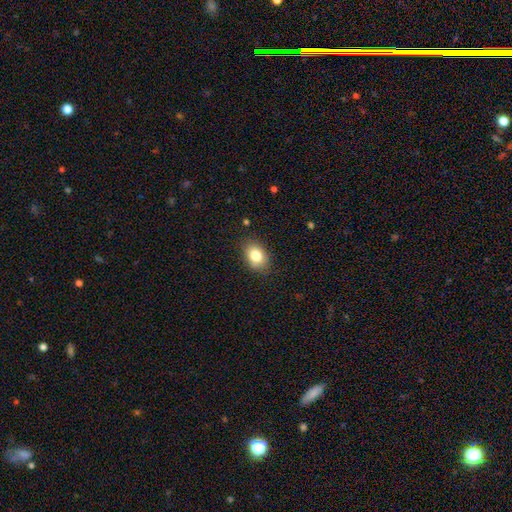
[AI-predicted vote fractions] This appears to be a smooth galaxy with no disk features (81%) that is in between round and cigar-shaped (73%). Merging: none (84%).